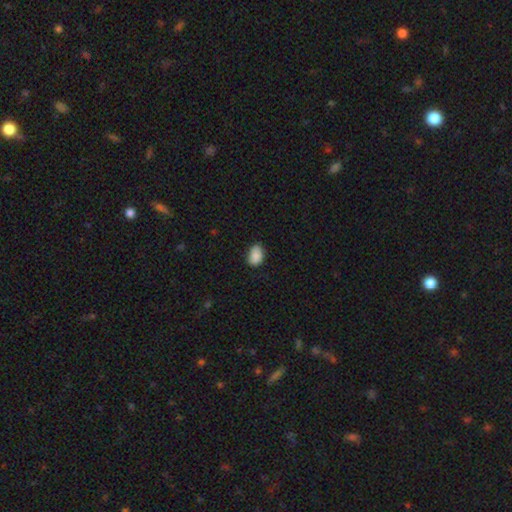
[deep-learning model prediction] Smooth or featured?
  - smooth: 86% *
  - star or artifact: 8%
  - featured or disk: 7%
How rounded?
  - in between: 82% *
  - round: 17%
  - cigar-shaped: 1%
Merging?
  - none: 73% *
  - minor disturbance: 23%
  - major disturbance: 3%
  - merger: 1%